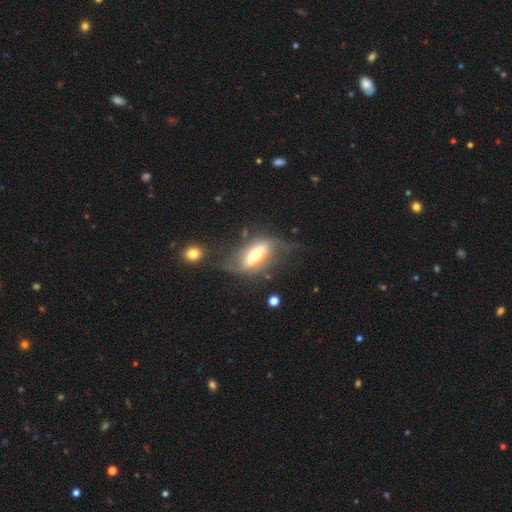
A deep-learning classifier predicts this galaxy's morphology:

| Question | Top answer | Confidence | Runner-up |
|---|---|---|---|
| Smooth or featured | featured or disk | 60% | smooth (34%) |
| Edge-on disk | no | 67% | yes (33%) |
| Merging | none | 43% | major disturbance (26%) |